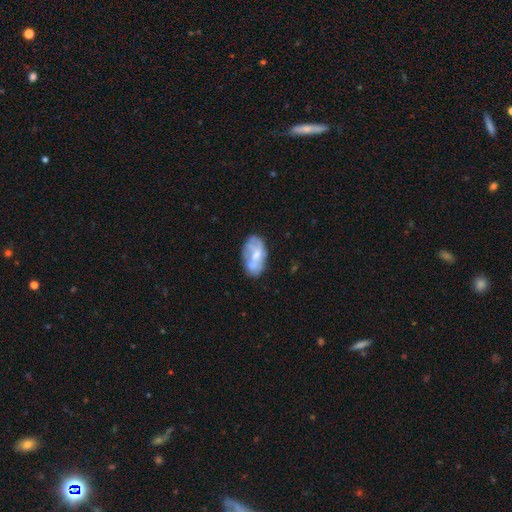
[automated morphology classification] Smooth or featured: featured or disk — 54% (smooth — 39%)
Edge-on disk: no — 96% (yes — 4%)
Bar: no — 74% (weak — 21%)
Spiral arms: no — 73% (yes — 27%)
Bulge size: moderate — 57% (small — 31%)
Merging: none — 52% (minor disturbance — 26%)